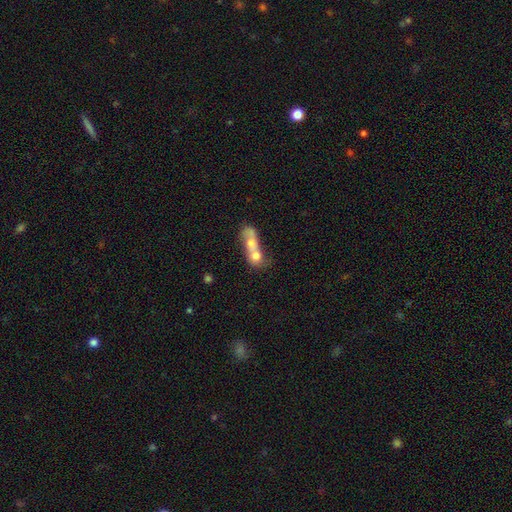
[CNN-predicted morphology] This appears to be a smooth galaxy with no disk features (62%) that is in between round and cigar-shaped (50%). Merging: merger (78%).